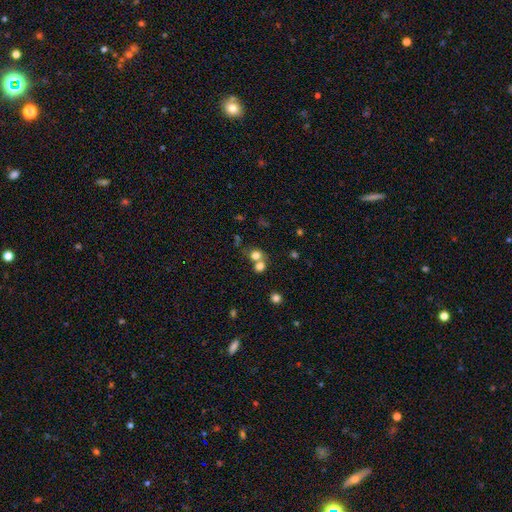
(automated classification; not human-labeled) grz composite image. It shows a smooth galaxy with no disk features (75%) that is round (73%). Merging: merger (46%).